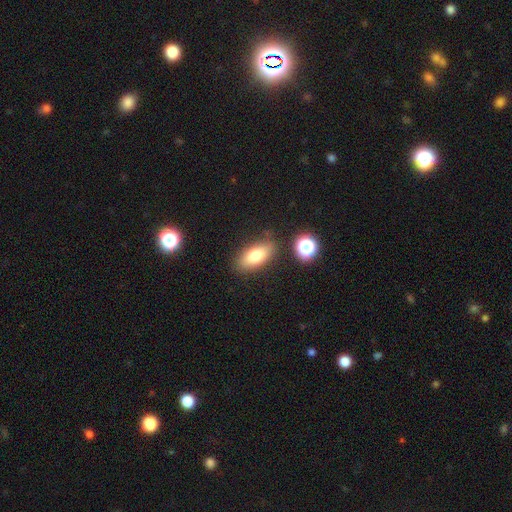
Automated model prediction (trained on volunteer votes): Smooth or featured? Predicted: smooth (p=0.76). How rounded? Predicted: in between (p=0.85). Merging? Predicted: none (p=0.80).